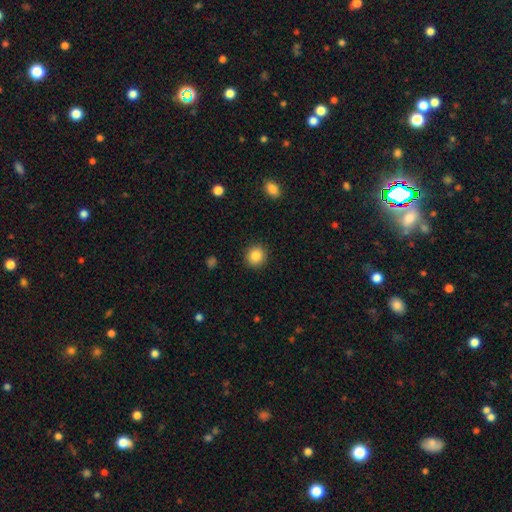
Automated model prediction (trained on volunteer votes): smooth_or_featured: smooth (p=0.86) [alt: star or artifact p=0.10]
how_rounded: round (p=0.89) [alt: in between p=0.10]
merging: none (p=0.91) [alt: minor disturbance p=0.06]